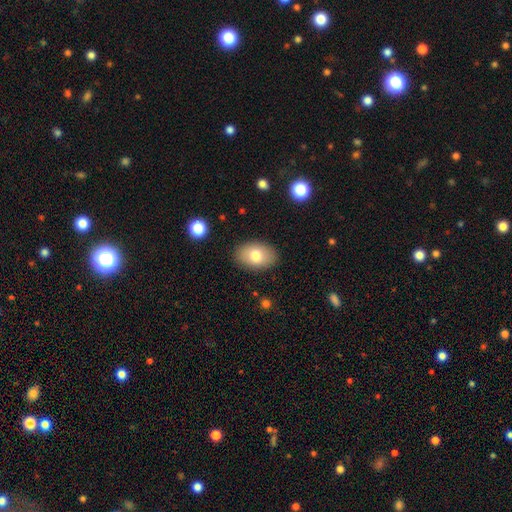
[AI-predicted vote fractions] A smooth galaxy with no disk features (76%) that is in between round and cigar-shaped (89%). Merging: none (87%).